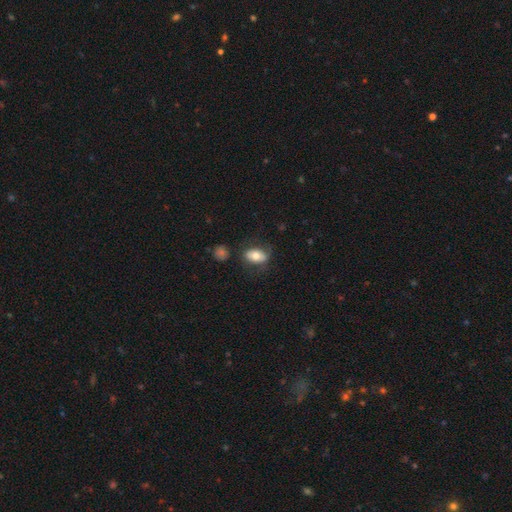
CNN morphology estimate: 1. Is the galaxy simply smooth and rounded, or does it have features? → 69% smooth, 24% featured or disk, 7% star or artifact.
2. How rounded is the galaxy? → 89% in between, 8% round, 3% cigar-shaped.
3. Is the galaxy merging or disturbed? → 70% none, 18% minor disturbance, 8% major disturbance, 4% merger.